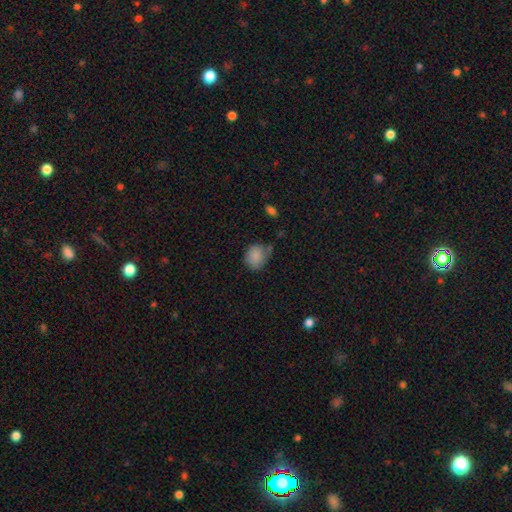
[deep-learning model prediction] Smooth or featured?
  - smooth: 85% *
  - star or artifact: 8%
  - featured or disk: 6%
How rounded?
  - round: 58% *
  - in between: 41%
  - cigar-shaped: 1%
Merging?
  - none: 55% *
  - minor disturbance: 29%
  - major disturbance: 8%
  - merger: 8%